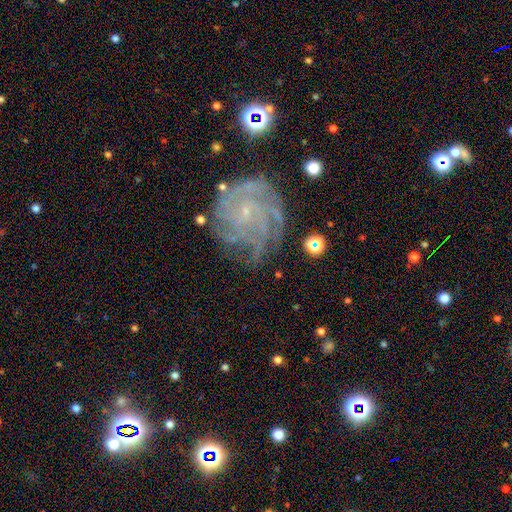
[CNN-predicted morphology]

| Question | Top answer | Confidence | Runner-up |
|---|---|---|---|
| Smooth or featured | featured or disk | 80% | star or artifact (11%) |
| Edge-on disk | no | 98% | yes (2%) |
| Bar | no | 68% | weak (26%) |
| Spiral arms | yes | 96% | no (4%) |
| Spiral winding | tight | 67% | medium (27%) |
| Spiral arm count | can't tell | 27% | 4 (24%) |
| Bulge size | small | 83% | moderate (8%) |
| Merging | none | 69% | minor disturbance (19%) |